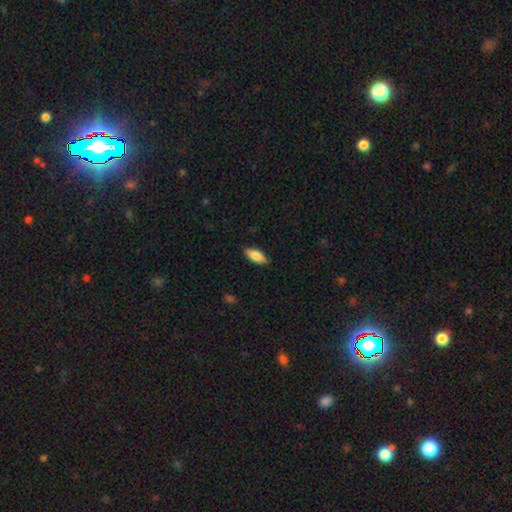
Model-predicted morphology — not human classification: This is likely a smooth galaxy (78%). How rounded: likely in between (78%). Merging: clearly none (85%).